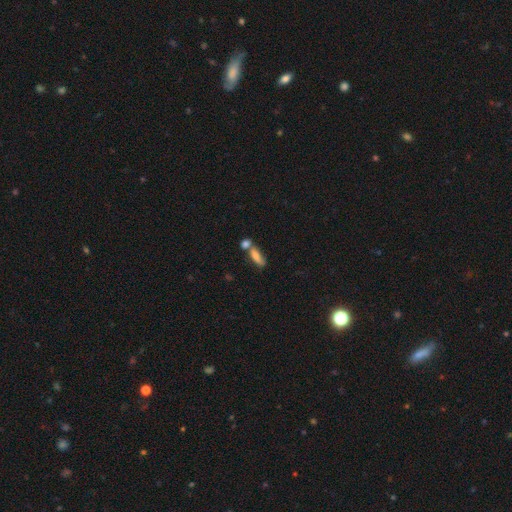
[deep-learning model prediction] Smooth or featured?
  - smooth: 65% *
  - featured or disk: 25%
  - star or artifact: 10%
How rounded?
  - in between: 59% *
  - cigar-shaped: 37%
  - round: 5%
Merging?
  - merger: 45% *
  - none: 38%
  - minor disturbance: 12%
  - major disturbance: 6%